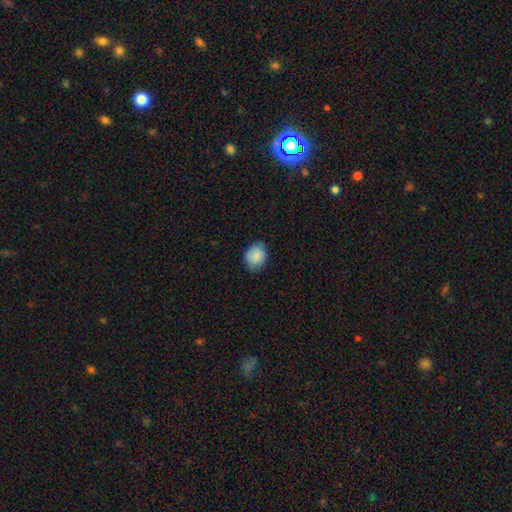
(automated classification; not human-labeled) Smooth or featured? Predicted: smooth (p=0.84). How rounded? Predicted: round (p=0.60). Merging? Predicted: none (p=0.71).